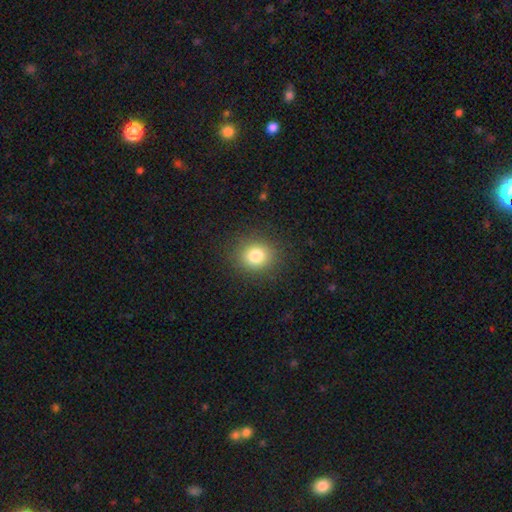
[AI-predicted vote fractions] This is clearly a smooth galaxy (81%). How rounded: likely round (80%). Merging: clearly none (88%).